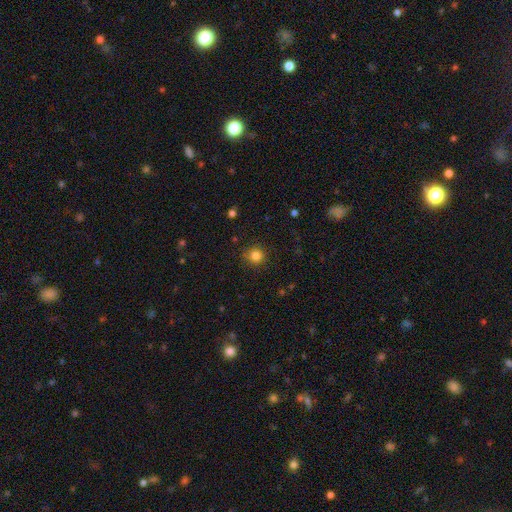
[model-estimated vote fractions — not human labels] This is clearly a smooth galaxy (83%). How rounded: clearly round (93%). Merging: clearly none (89%).